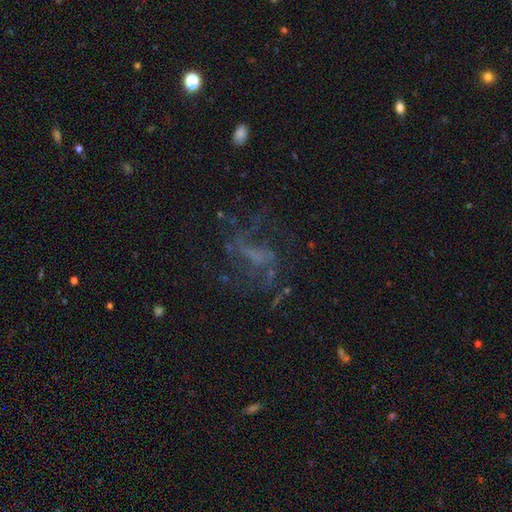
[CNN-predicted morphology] Q: Smooth or featured?
A: featured or disk (58%); runner-up: star or artifact (26%)
Q: Edge-on disk?
A: no (95%); runner-up: yes (5%)
Q: Bar?
A: no (49%); runner-up: weak (34%)
Q: Spiral arms?
A: yes (62%); runner-up: no (38%)
Q: Bulge size?
A: none (63%); runner-up: small (18%)
Q: Merging?
A: none (53%); runner-up: major disturbance (28%)